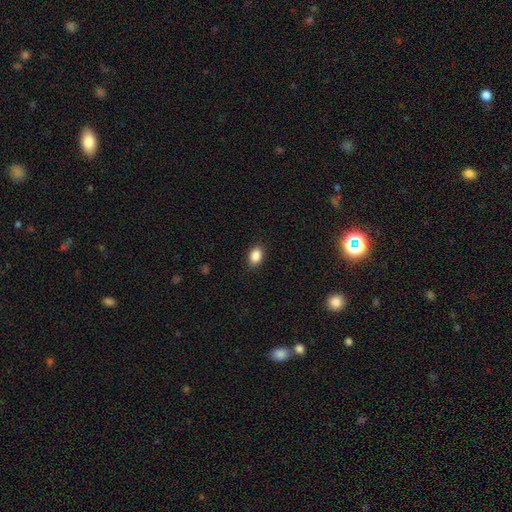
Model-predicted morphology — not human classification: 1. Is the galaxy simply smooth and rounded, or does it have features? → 89% smooth, 8% star or artifact, 3% featured or disk.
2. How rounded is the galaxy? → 84% in between, 14% round, 1% cigar-shaped.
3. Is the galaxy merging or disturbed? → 89% none, 8% minor disturbance, 2% major disturbance, 1% merger.